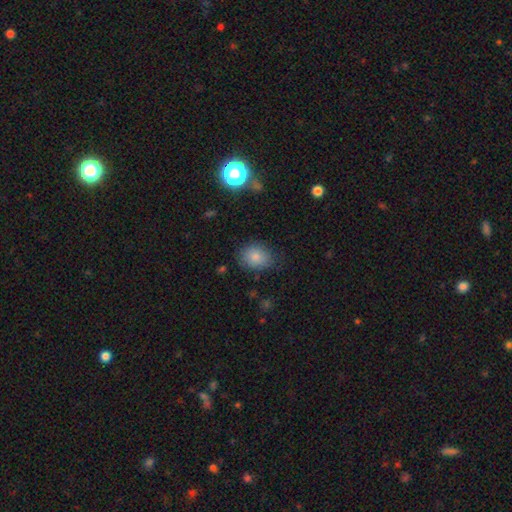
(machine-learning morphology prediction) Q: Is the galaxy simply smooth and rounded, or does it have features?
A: smooth — 79%.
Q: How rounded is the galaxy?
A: in between — 55%.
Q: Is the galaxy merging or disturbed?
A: none — 78%.